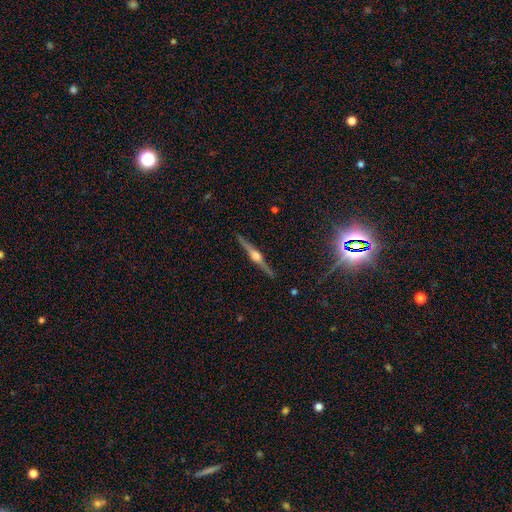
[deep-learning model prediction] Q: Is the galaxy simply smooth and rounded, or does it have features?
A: featured or disk — 85%.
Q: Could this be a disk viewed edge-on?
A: yes — 99%.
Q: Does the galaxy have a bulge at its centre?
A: rounded — 92%.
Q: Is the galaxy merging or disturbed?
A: none — 92%.